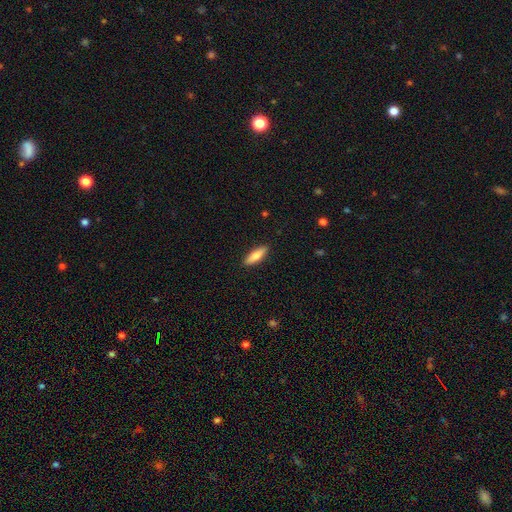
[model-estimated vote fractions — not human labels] A smooth galaxy with no disk features (75%) that is cigar-shaped (56%).

Vote fractions:
- Smooth or featured? smooth: 75% / featured or disk: 20% / star or artifact: 6%
- How rounded? cigar-shaped: 56% / in between: 42% / round: 2%
- Merging? none: 90% / minor disturbance: 8% / major disturbance: 2% / merger: 1%